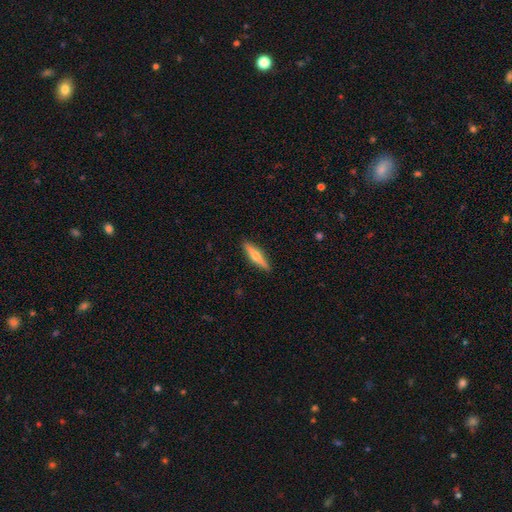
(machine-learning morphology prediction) This appears to be a smooth galaxy with no disk features (52%) that is cigar-shaped (81%). Merging: none (90%).